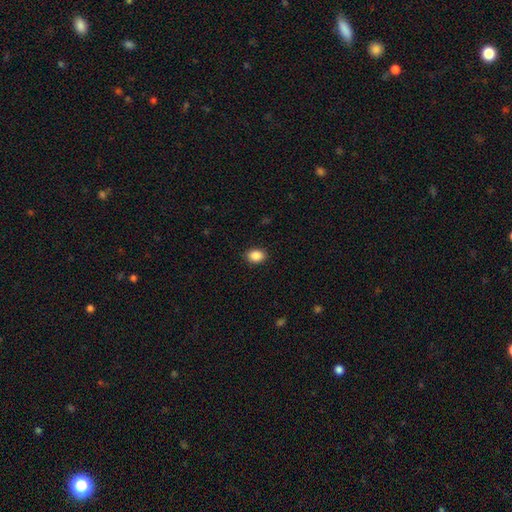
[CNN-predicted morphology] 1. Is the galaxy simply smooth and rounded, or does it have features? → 89% smooth, 8% star or artifact, 3% featured or disk.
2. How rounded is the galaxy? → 68% in between, 31% round, 1% cigar-shaped.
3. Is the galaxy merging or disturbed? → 89% none, 8% minor disturbance, 2% major disturbance, 1% merger.